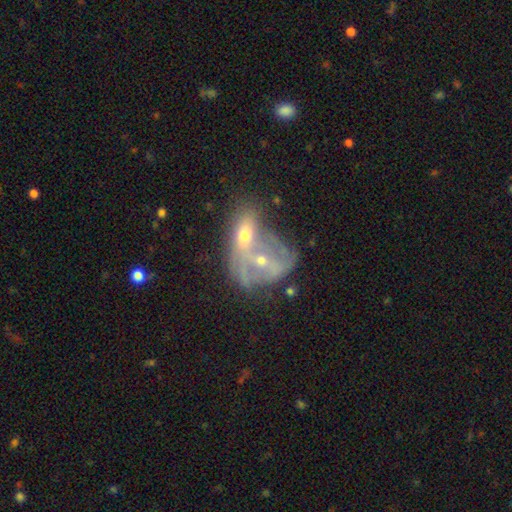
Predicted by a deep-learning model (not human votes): A featured or disk galaxy (61%) with no bar (73%), no spiral arms (54%) and a moderate central bulge (48%).

Vote fractions:
- Smooth or featured? featured or disk: 61% / smooth: 26% / star or artifact: 13%
- Edge-on disk? no: 92% / yes: 8%
- Bar? no: 73% / weak: 19% / strong: 8%
- Spiral arms? no: 54% / yes: 46%
- Bulge size? moderate: 48% / small: 43% / none: 4% / large: 3% / dominant: 2%
- Merging? merger: 69% / none: 16% / minor disturbance: 7% / major disturbance: 7%